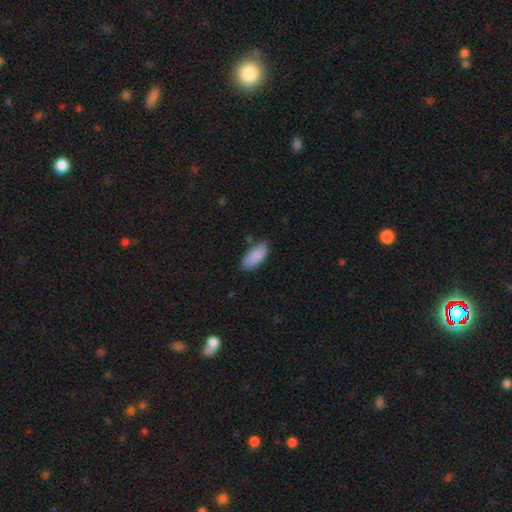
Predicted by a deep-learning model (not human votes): smooth-or-featured: smooth: 88% | star or artifact: 6% | featured or disk: 6%
  how-rounded: in between: 90% | cigar-shaped: 8% | round: 2%
  merging: none: 75% | minor disturbance: 19% | major disturbance: 3% | merger: 3%